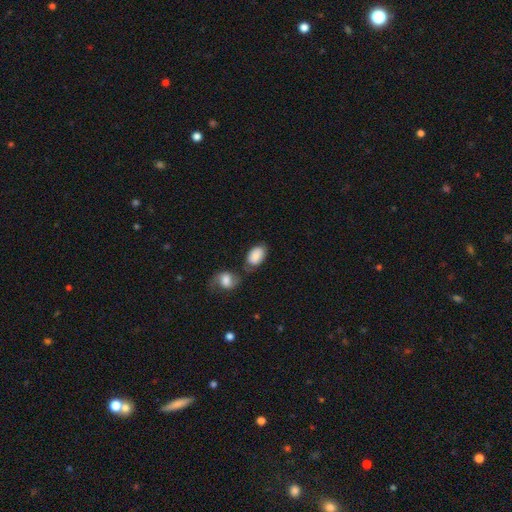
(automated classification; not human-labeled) This appears to be a smooth galaxy with no disk features (85%) that is in between round and cigar-shaped (91%). Merging: none (54%).